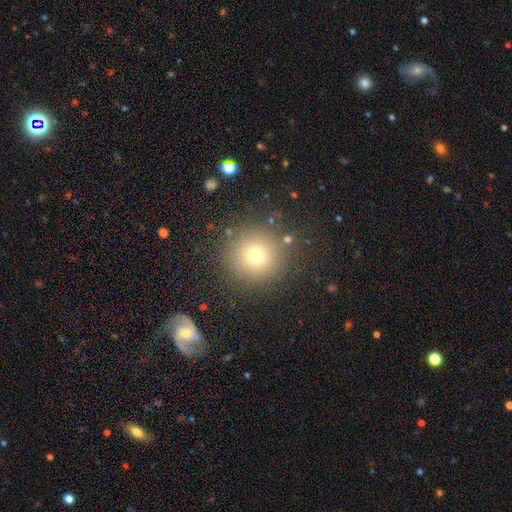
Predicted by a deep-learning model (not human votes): A smooth galaxy with no disk features (73%) that is round (95%).

Vote fractions:
- Smooth or featured? smooth: 73% / star or artifact: 15% / featured or disk: 12%
- How rounded? round: 95% / in between: 4% / cigar-shaped: 1%
- Merging? none: 86% / minor disturbance: 7% / merger: 3% / major disturbance: 3%